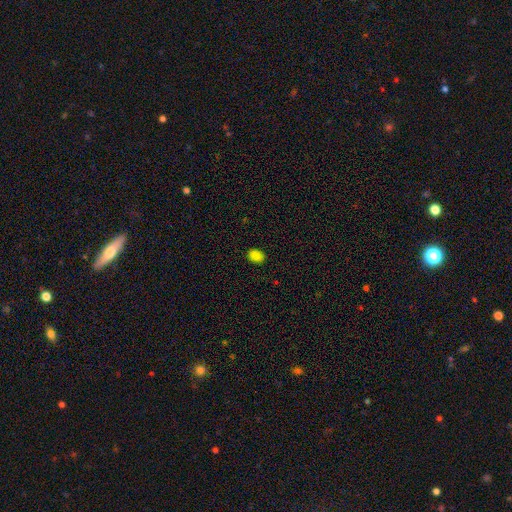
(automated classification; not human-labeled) Q: Smooth or featured?
A: smooth (85%); runner-up: star or artifact (13%)
Q: How rounded?
A: in between (65%); runner-up: round (34%)
Q: Merging?
A: none (88%); runner-up: minor disturbance (9%)